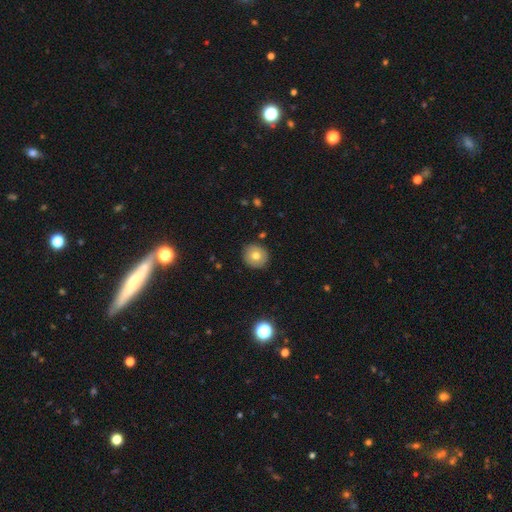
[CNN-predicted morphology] Smooth or featured? Predicted: smooth (p=0.74). How rounded? Predicted: round (p=0.92). Merging? Predicted: none (p=0.89).